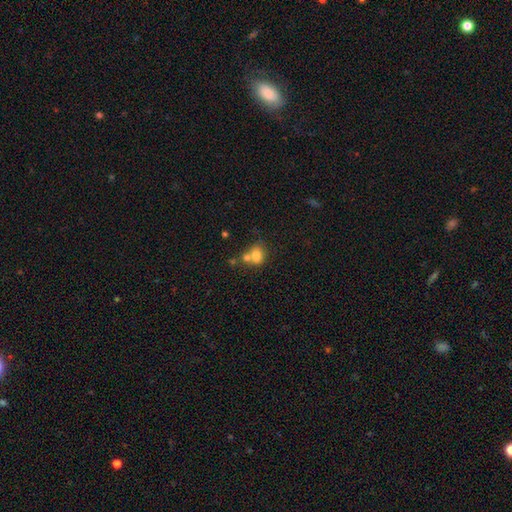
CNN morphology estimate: Smooth or featured: smooth — 75% (featured or disk — 13%)
How rounded: in between — 51% (round — 48%)
Merging: merger — 48% (none — 34%)